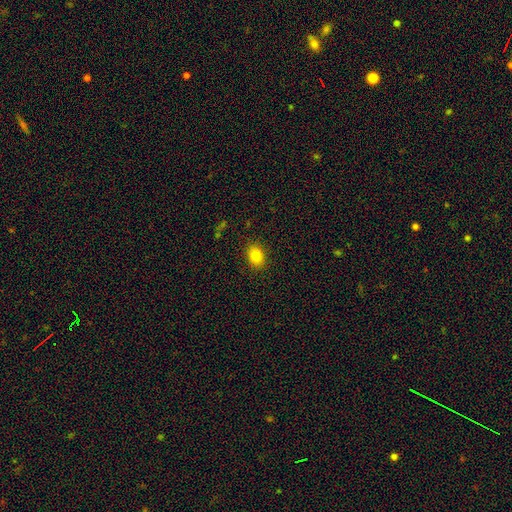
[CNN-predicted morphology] This appears to be a smooth galaxy with no disk features (84%) that is in between round and cigar-shaped (67%). Merging: none (88%).